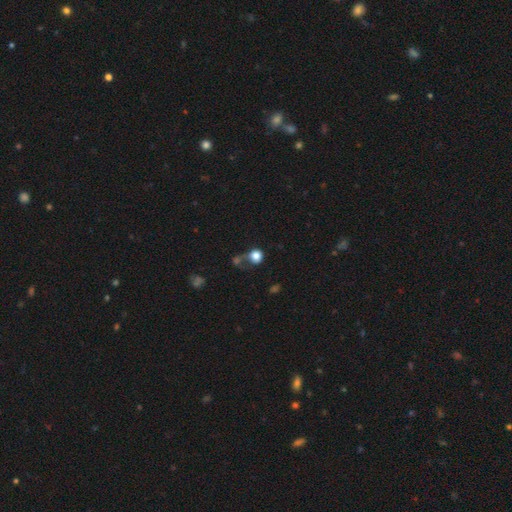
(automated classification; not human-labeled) smooth-or-featured: smooth: 80% | star or artifact: 10% | featured or disk: 9%
  how-rounded: round: 83% | in between: 16% | cigar-shaped: 1%
  merging: none: 40% | merger: 22% | major disturbance: 21% | minor disturbance: 17%